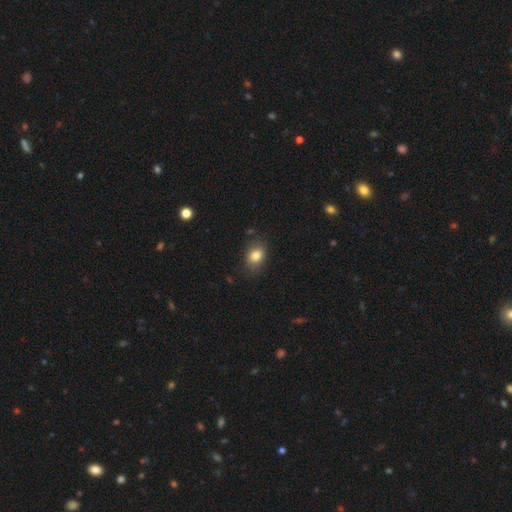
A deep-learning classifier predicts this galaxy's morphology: smooth 82%, star or artifact 9%, featured or disk 8%. Down the decision tree: how rounded — in between (68%); merging — none (77%).